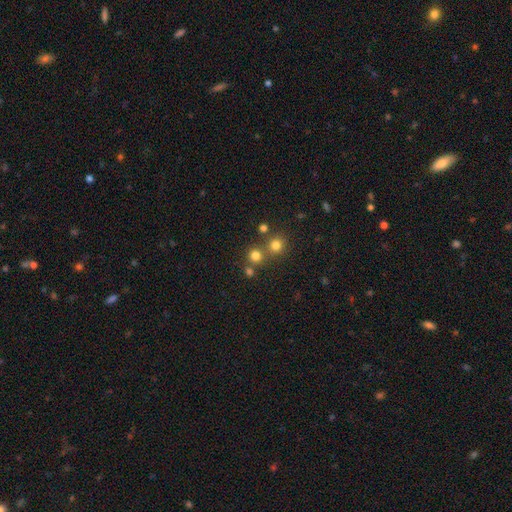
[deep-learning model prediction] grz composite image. It shows a smooth galaxy with no disk features (75%) that is round (91%). Merging: none (66%).